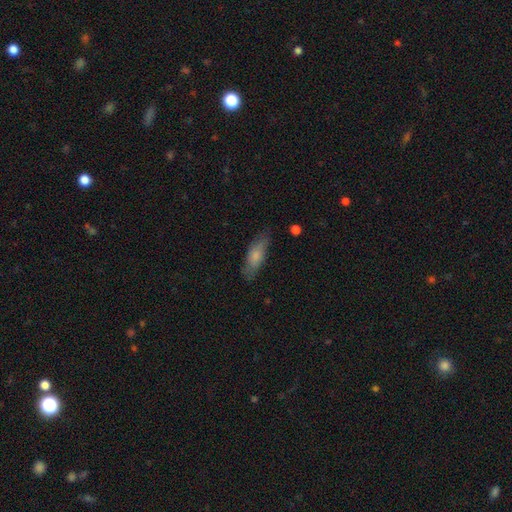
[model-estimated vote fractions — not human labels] This appears to be a smooth galaxy with no disk features (74%) that is in between round and cigar-shaped (58%). Merging: none (76%).